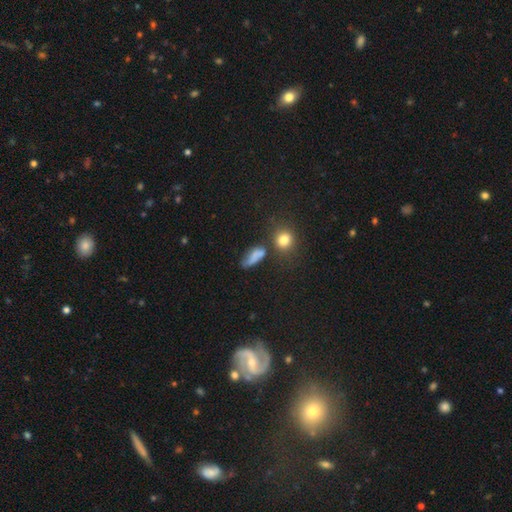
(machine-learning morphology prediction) Q: Smooth or featured?
A: smooth (71%); runner-up: star or artifact (15%)
Q: How rounded?
A: in between (54%); runner-up: cigar-shaped (32%)
Q: Merging?
A: none (49%); runner-up: minor disturbance (24%)